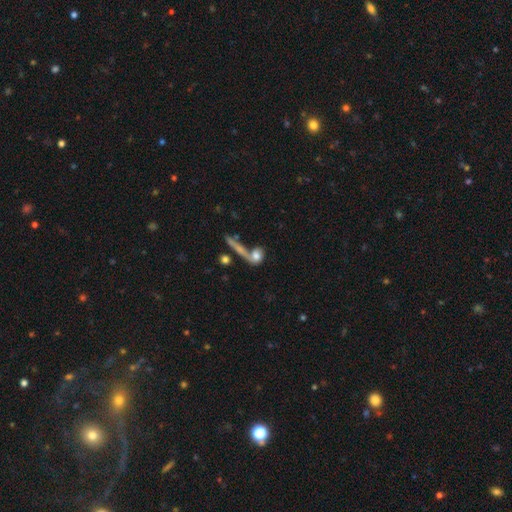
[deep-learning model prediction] smooth 64%, featured or disk 25%, star or artifact 11%. Down the decision tree: how rounded — in between (40%); merging — none (39%).